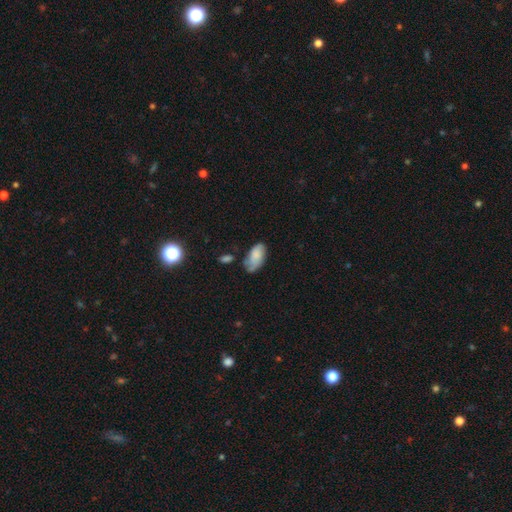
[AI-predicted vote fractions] Smooth or featured? Predicted: smooth (p=0.69). How rounded? Predicted: in between (p=0.93). Merging? Predicted: none (p=0.49).